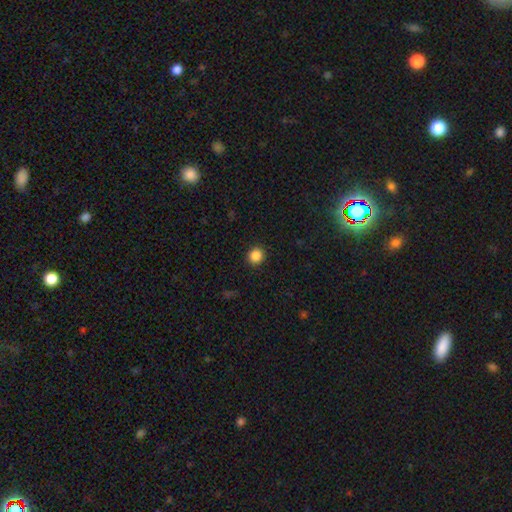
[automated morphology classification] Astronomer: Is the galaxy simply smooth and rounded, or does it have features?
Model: smooth — 87%.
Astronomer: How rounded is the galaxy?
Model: round — 88%.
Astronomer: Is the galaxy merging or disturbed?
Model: none — 91%.